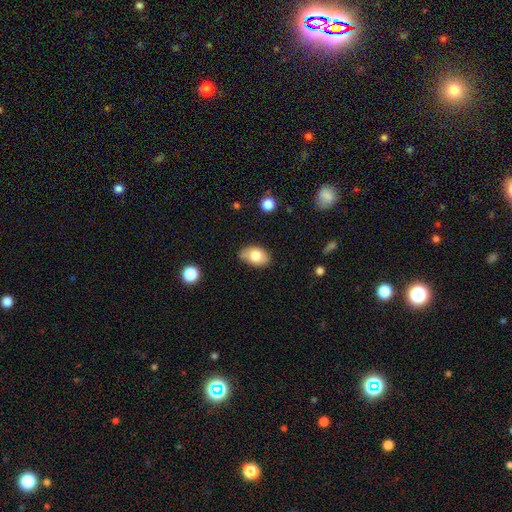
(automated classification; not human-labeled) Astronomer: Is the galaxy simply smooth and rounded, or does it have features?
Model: smooth — 78%.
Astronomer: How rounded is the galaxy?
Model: in between — 89%.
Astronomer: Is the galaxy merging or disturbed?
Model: none — 71%.